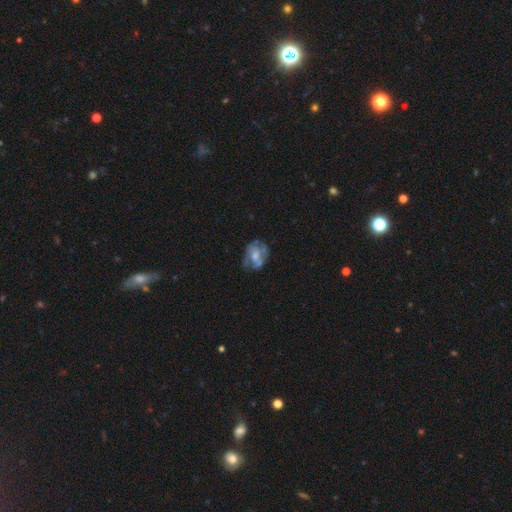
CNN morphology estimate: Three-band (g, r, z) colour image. It shows a featured or disk galaxy (58%) with no bar (78%), no spiral arms (65%) and a moderate central bulge (50%). Merging: none (53%).